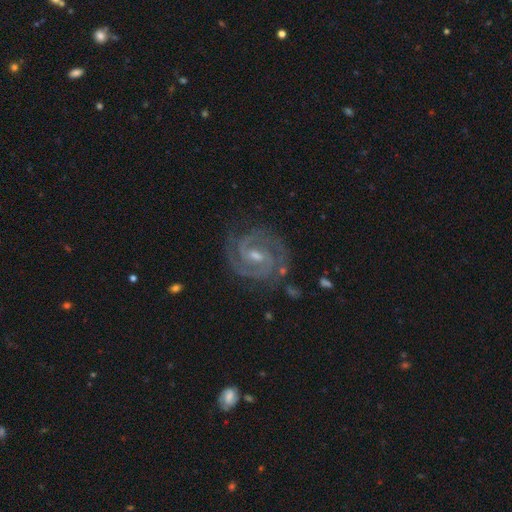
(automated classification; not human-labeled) A featured or disk galaxy (91%) with a weak bar (52%), 2 (82%) tight (60%) spiral arms (99%) and a small central bulge (55%). Merging: none (82%).